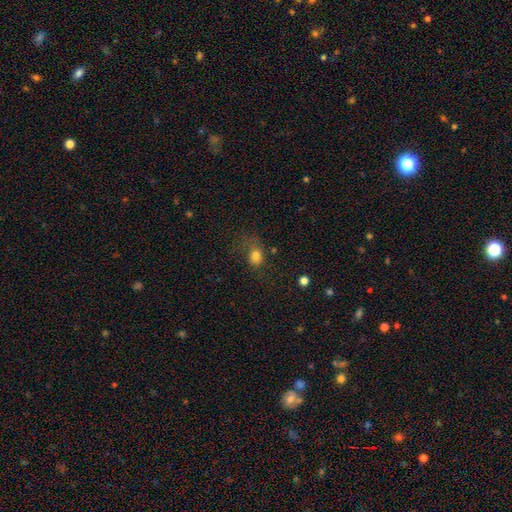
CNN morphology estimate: Q: Smooth or featured?
A: smooth (78%); runner-up: star or artifact (12%)
Q: How rounded?
A: in between (58%); runner-up: round (41%)
Q: Merging?
A: none (44%); runner-up: major disturbance (27%)